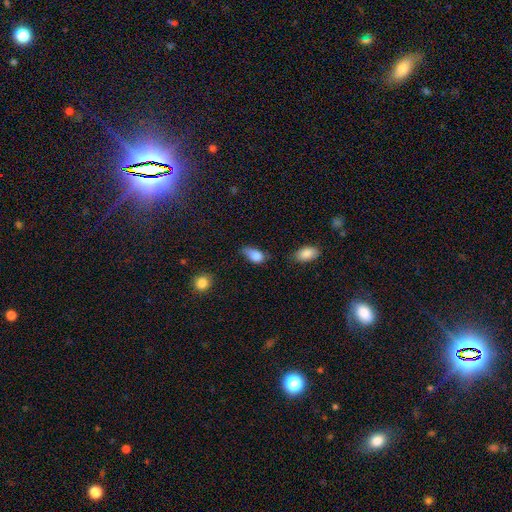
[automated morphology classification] Smooth or featured?
  - smooth: 83% *
  - featured or disk: 9%
  - star or artifact: 8%
How rounded?
  - in between: 88% *
  - round: 9%
  - cigar-shaped: 4%
Merging?
  - minor disturbance: 44% *
  - none: 33%
  - major disturbance: 18%
  - merger: 5%